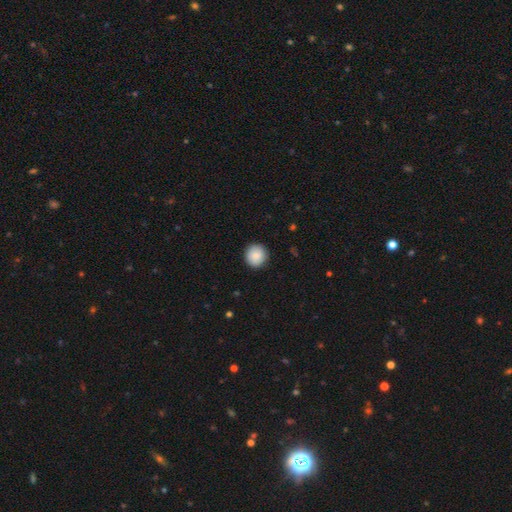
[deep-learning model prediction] Morphology: type=smooth (88%); roundness=round (95%); merging=none (92%).